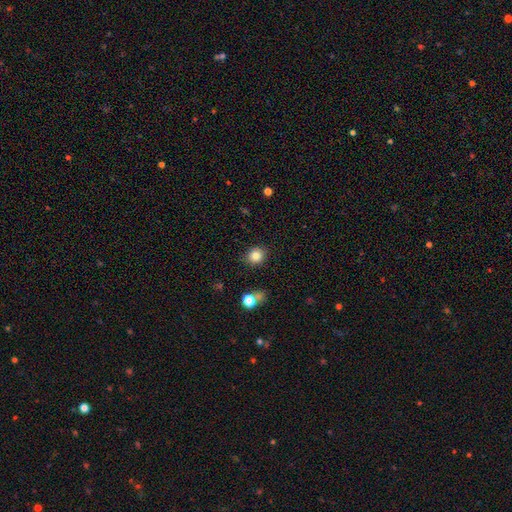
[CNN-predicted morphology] A smooth galaxy with no disk features (83%) that is round (78%).

Vote fractions:
- Smooth or featured? smooth: 83% / star or artifact: 11% / featured or disk: 6%
- How rounded? round: 78% / in between: 21% / cigar-shaped: 1%
- Merging? none: 84% / minor disturbance: 10% / merger: 3% / major disturbance: 3%